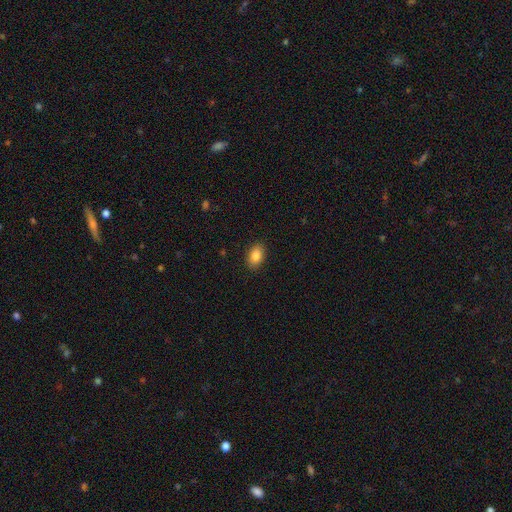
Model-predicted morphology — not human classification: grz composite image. It shows a smooth galaxy with no disk features (86%) that is in between round and cigar-shaped (87%). Merging: none (89%).